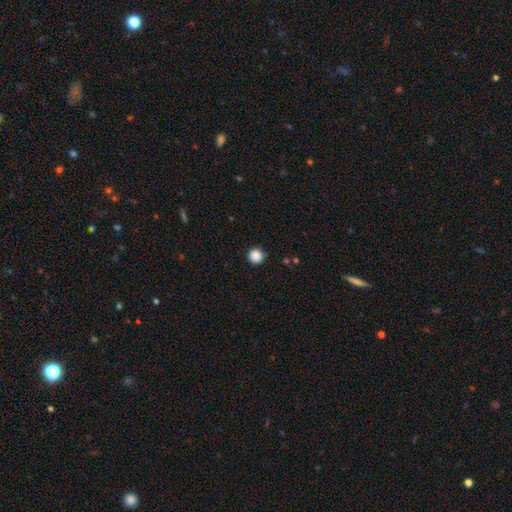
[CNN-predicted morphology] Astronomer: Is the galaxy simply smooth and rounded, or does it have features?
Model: smooth — 87%.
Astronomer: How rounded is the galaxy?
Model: round — 95%.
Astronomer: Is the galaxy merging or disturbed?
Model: none — 90%.